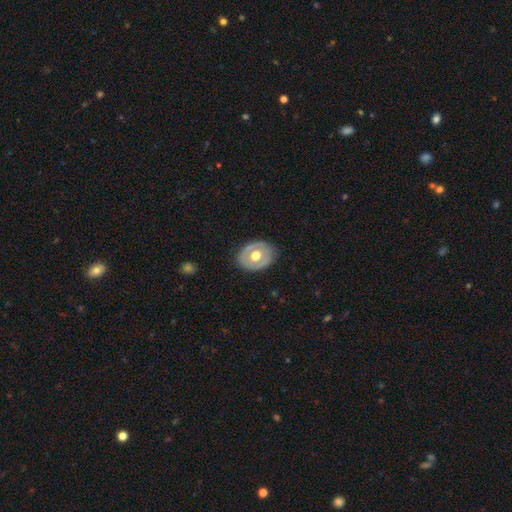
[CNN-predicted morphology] Smooth or featured? featured or disk (50%)
Edge-on disk? no (92%)
Merging? none (80%)